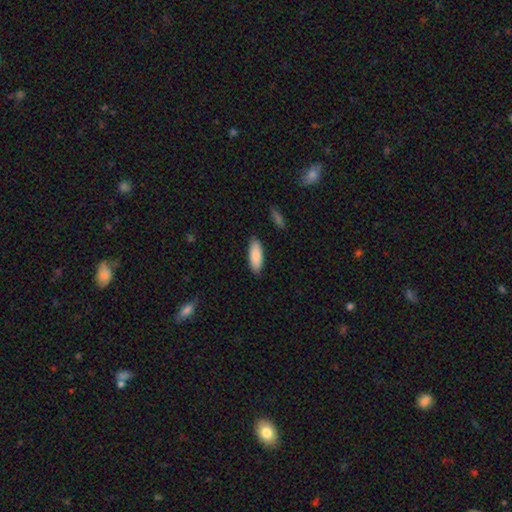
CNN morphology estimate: Smooth or featured?
  - smooth: 87% *
  - featured or disk: 7%
  - star or artifact: 6%
How rounded?
  - in between: 72% *
  - cigar-shaped: 26%
  - round: 2%
Merging?
  - none: 87% *
  - minor disturbance: 9%
  - major disturbance: 2%
  - merger: 2%